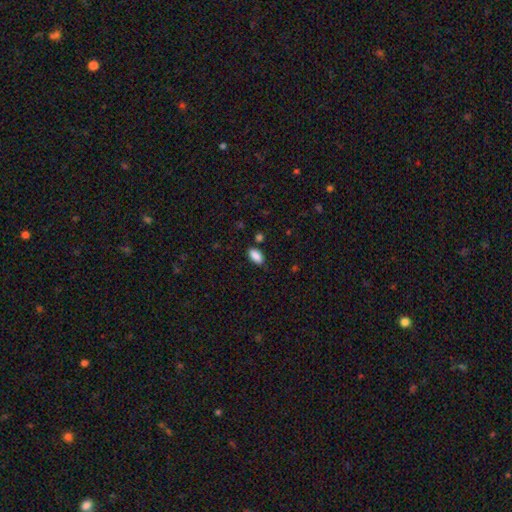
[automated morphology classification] A smooth galaxy with no disk features (89%) that is in between round and cigar-shaped (92%). Merging: none (82%).